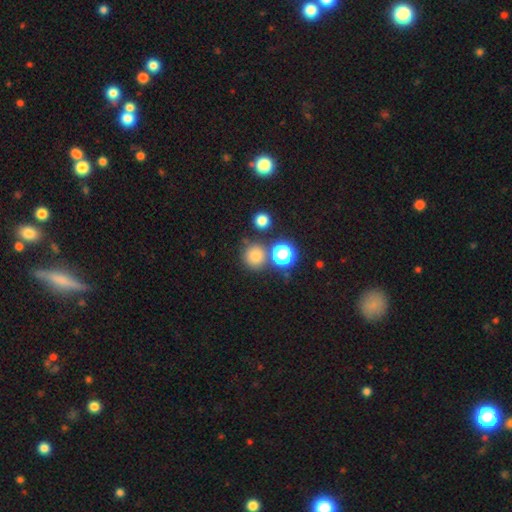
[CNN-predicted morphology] Overall: smooth (77%). How rounded: round (92%). Merging: none (72%).